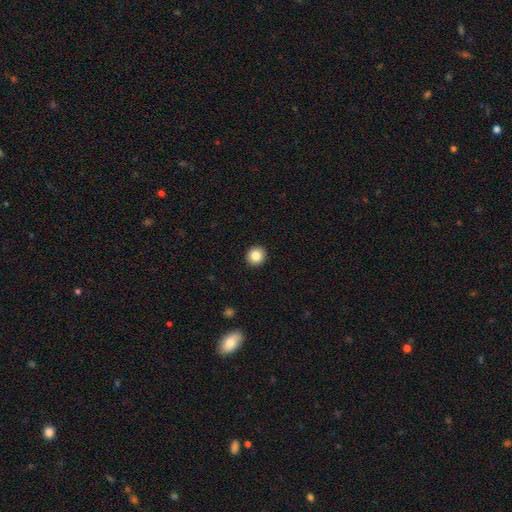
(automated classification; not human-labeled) A smooth galaxy with no disk features (85%) that is round (89%). Merging: none (93%).